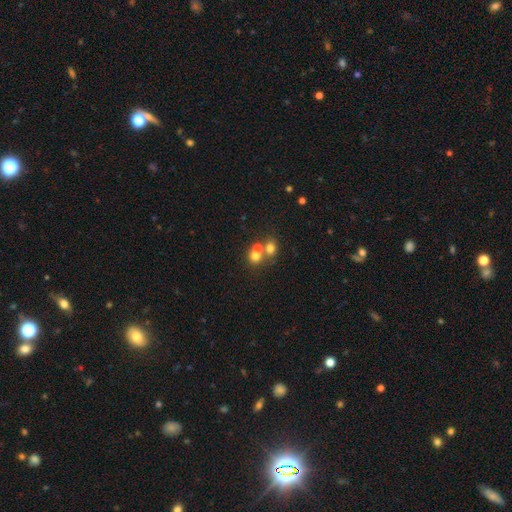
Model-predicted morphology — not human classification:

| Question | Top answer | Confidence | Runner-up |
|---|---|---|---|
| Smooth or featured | smooth | 66% | featured or disk (19%) |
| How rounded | round | 77% | in between (22%) |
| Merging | merger | 55% | none (36%) |